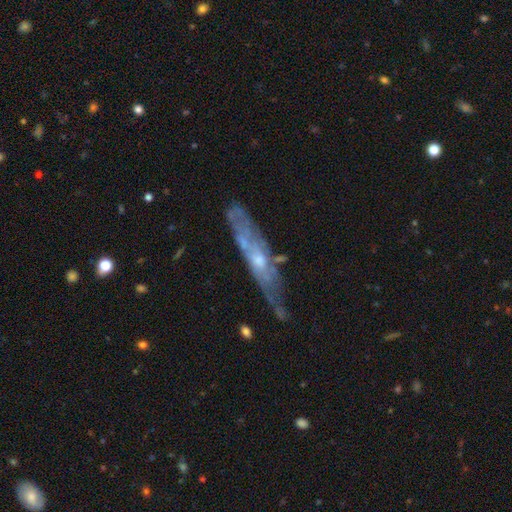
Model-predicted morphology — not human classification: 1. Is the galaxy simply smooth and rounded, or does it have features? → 71% featured or disk, 21% smooth, 7% star or artifact.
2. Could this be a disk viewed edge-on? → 60% yes, 40% no.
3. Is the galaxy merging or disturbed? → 67% none, 23% minor disturbance, 7% major disturbance, 3% merger.